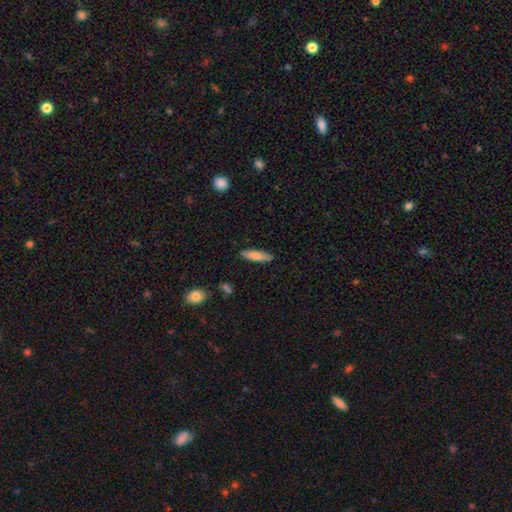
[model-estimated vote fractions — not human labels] Smooth or featured: smooth — 80% (featured or disk — 14%)
How rounded: cigar-shaped — 63% (in between — 36%)
Merging: none — 86% (minor disturbance — 11%)